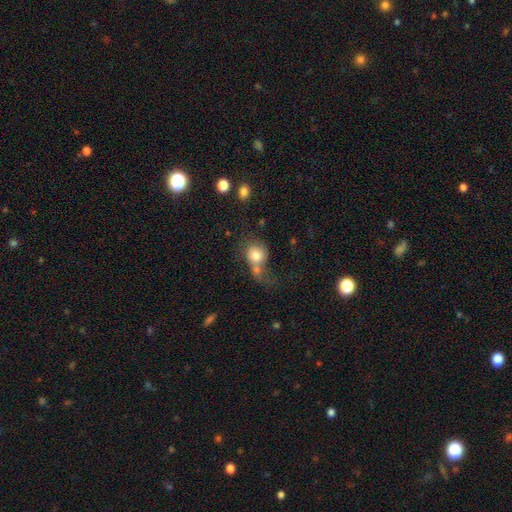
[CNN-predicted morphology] smooth_or_featured: smooth (p=0.75) [alt: featured or disk p=0.16]
how_rounded: round (p=0.72) [alt: in between p=0.27]
merging: merger (p=0.49) [alt: none p=0.22]